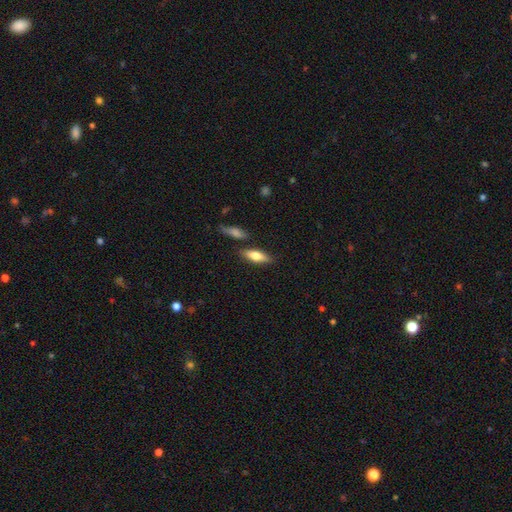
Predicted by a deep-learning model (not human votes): Smooth or featured?
  - smooth: 68% *
  - featured or disk: 26%
  - star or artifact: 6%
How rounded?
  - in between: 61% *
  - cigar-shaped: 36%
  - round: 3%
Merging?
  - none: 78% *
  - minor disturbance: 12%
  - merger: 7%
  - major disturbance: 3%